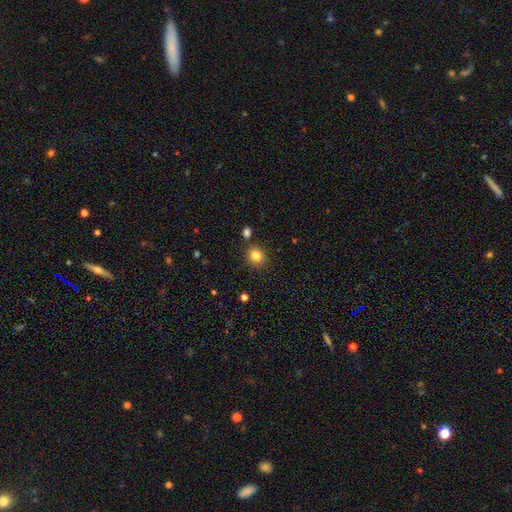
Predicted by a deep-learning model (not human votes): Q: Smooth or featured?
A: smooth (84%); runner-up: star or artifact (11%)
Q: How rounded?
A: round (77%); runner-up: in between (22%)
Q: Merging?
A: none (82%); runner-up: minor disturbance (9%)